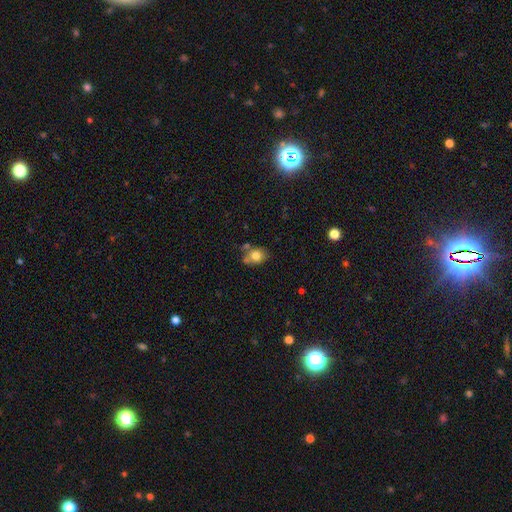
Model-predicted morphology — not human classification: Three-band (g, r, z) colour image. It shows a smooth galaxy with no disk features (75%) that is in between round and cigar-shaped (51%). Merging: none (55%).